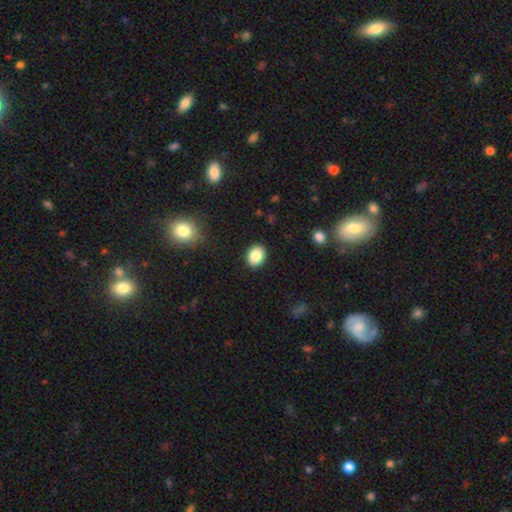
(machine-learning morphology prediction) Overall: smooth (86%). How rounded: in between (56%; round 43%). Merging: none (90%).